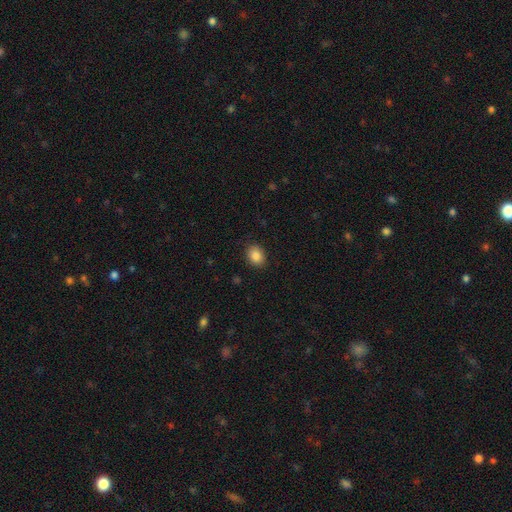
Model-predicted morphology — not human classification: type=smooth (87%); roundness=in between (60%); merging=none (88%).